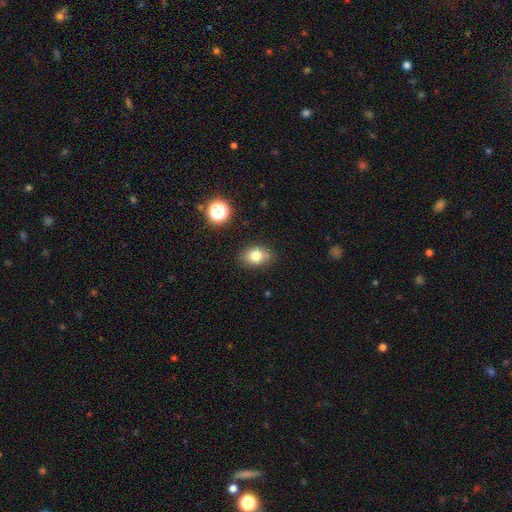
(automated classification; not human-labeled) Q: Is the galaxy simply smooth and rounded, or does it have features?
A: smooth — 79%.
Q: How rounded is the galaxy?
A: in between — 70%.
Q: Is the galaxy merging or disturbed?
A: none — 79%.